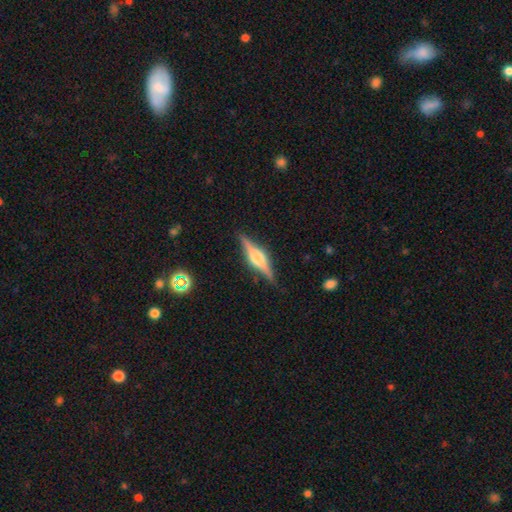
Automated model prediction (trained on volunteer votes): Smooth or featured?
  - featured or disk: 78% *
  - smooth: 15%
  - star or artifact: 6%
Edge-on disk?
  - yes: 98% *
  - no: 2%
Edge-on bulge?
  - rounded: 86% *
  - boxy: 11%
  - none: 2%
Merging?
  - none: 88% *
  - minor disturbance: 9%
  - major disturbance: 2%
  - merger: 1%